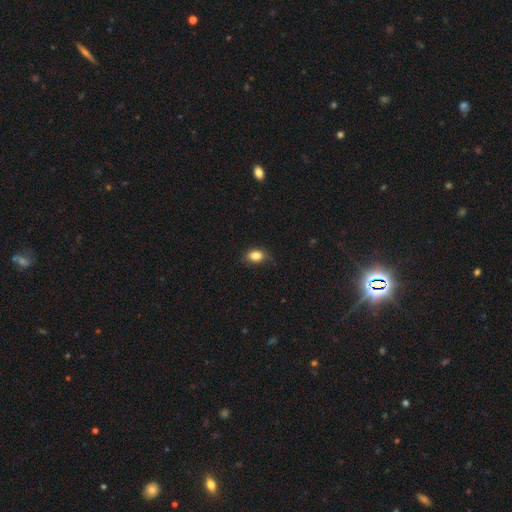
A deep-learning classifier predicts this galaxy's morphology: A smooth galaxy with no disk features (85%) that is in between round and cigar-shaped (74%). Merging: none (76%).